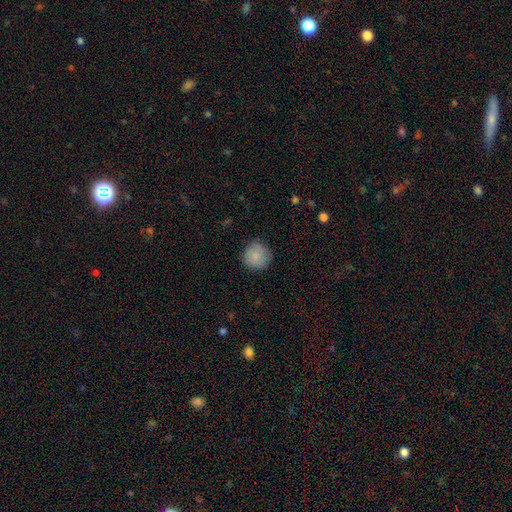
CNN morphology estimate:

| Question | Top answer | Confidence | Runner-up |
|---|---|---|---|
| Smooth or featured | smooth | 88% | star or artifact (7%) |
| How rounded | round | 93% | in between (6%) |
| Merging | none | 85% | minor disturbance (12%) |